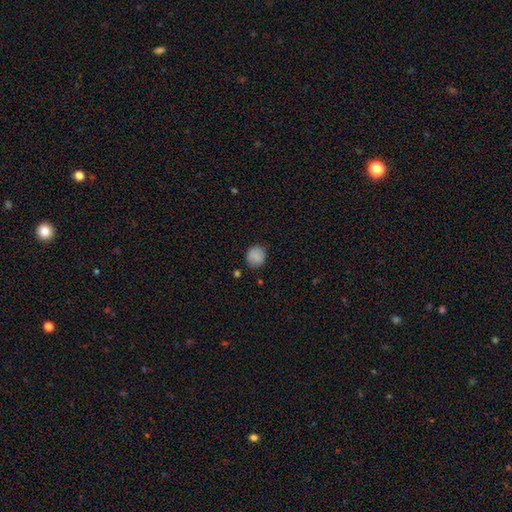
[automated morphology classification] This is clearly a smooth galaxy (87%). How rounded: likely round (80%). Merging: clearly none (82%).